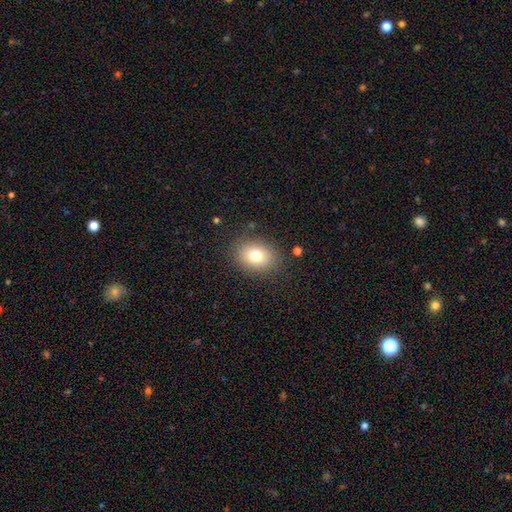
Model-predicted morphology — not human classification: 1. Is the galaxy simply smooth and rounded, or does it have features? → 77% smooth, 12% featured or disk, 11% star or artifact.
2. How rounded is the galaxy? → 57% in between, 42% round, 1% cigar-shaped.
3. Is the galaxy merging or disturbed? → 85% none, 10% minor disturbance, 4% major disturbance, 1% merger.